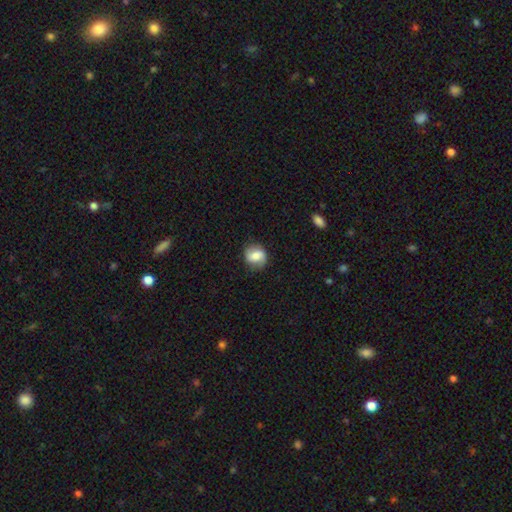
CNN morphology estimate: Smooth or featured: smooth — 65% (featured or disk — 27%)
How rounded: round — 72% (in between — 26%)
Merging: none — 81% (minor disturbance — 14%)